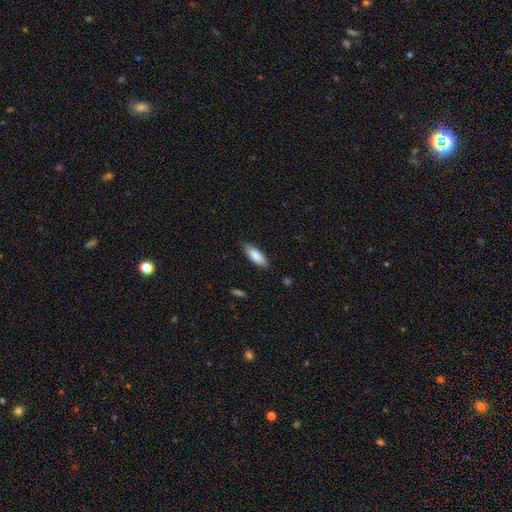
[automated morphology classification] smooth_or_featured: smooth (p=0.82) [alt: featured or disk p=0.12]
how_rounded: in between (p=0.70) [alt: cigar-shaped p=0.29]
merging: none (p=0.80) [alt: minor disturbance p=0.16]